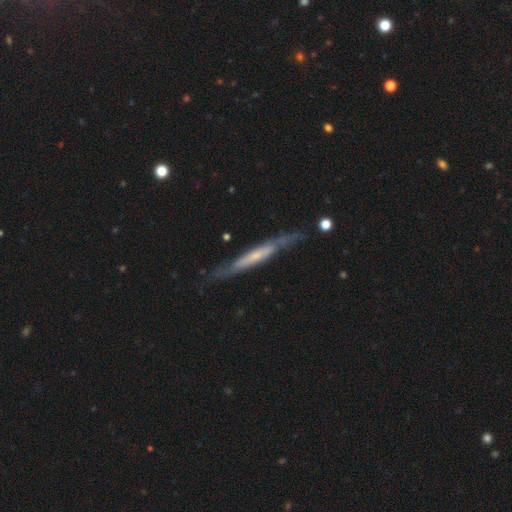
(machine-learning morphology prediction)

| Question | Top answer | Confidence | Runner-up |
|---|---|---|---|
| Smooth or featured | featured or disk | 62% | smooth (32%) |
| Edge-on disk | yes | 84% | no (16%) |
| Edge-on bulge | none | 63% | rounded (23%) |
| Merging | none | 70% | minor disturbance (21%) |